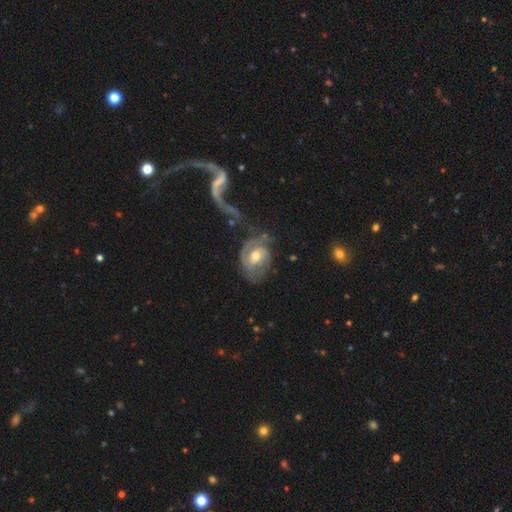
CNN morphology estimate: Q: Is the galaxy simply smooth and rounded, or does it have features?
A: featured or disk — 77%.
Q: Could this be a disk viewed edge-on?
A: no — 97%.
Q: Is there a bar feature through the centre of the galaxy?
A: no — 51%.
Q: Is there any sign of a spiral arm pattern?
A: yes — 86%.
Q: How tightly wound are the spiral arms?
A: tight — 40%.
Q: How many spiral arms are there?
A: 2 — 53%.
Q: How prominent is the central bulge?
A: moderate — 75%.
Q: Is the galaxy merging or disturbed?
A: none — 42%.